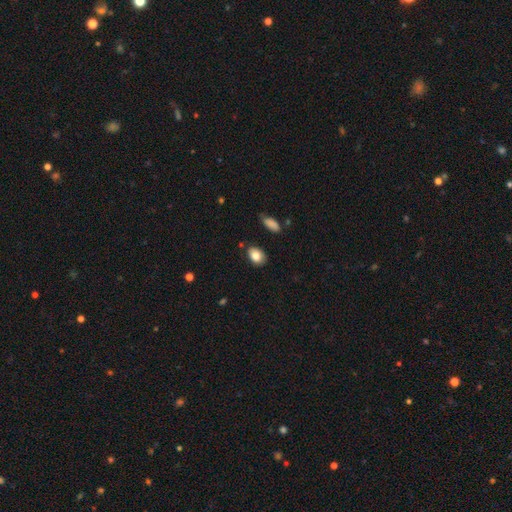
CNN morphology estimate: Smooth or featured: smooth — 84% (star or artifact — 8%)
How rounded: in between — 80% (round — 19%)
Merging: none — 79% (minor disturbance — 16%)